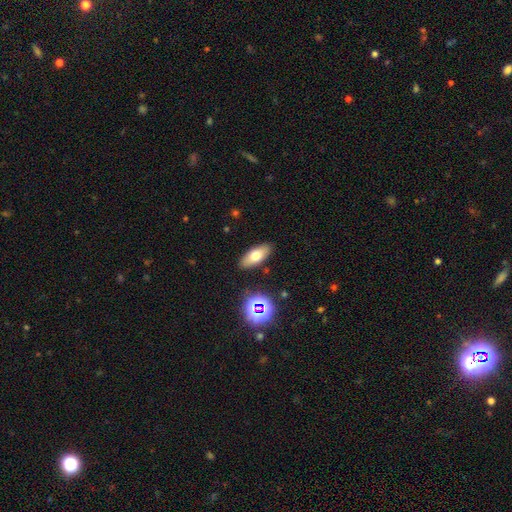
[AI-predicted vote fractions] Overall: smooth (68%). How rounded: in between (79%). Merging: none (88%).